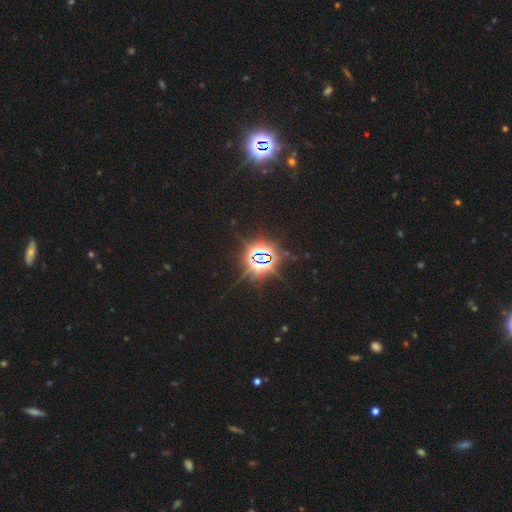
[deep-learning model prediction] Overall: star or artifact (84%).